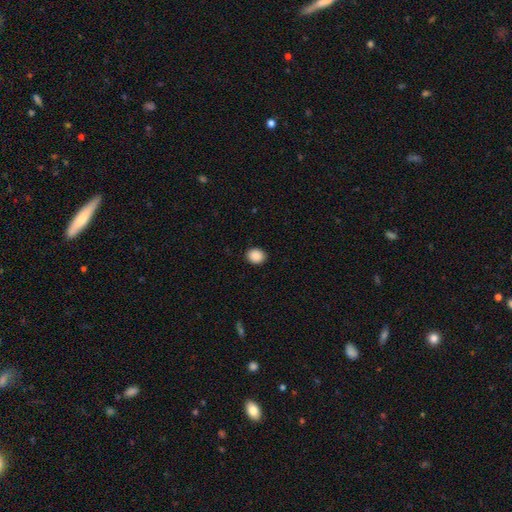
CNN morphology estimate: A smooth galaxy with no disk features (90%) that is round (62%).

Vote fractions:
- Smooth or featured? smooth: 90% / star or artifact: 8% / featured or disk: 2%
- How rounded? round: 62% / in between: 37% / cigar-shaped: 1%
- Merging? none: 91% / minor disturbance: 6% / major disturbance: 2% / merger: 1%